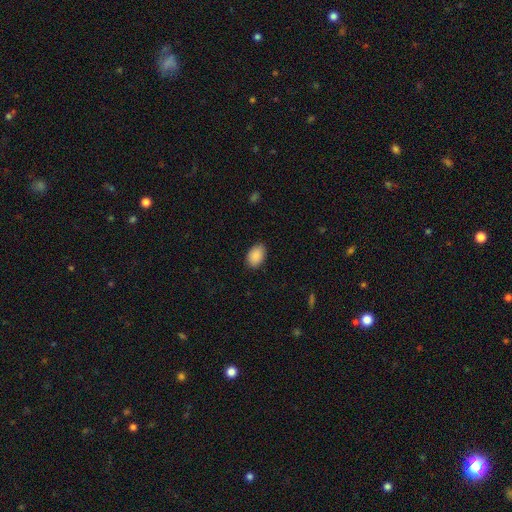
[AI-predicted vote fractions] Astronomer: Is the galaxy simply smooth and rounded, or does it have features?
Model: smooth — 90%.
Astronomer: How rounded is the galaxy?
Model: in between — 86%.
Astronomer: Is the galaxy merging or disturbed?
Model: none — 87%.